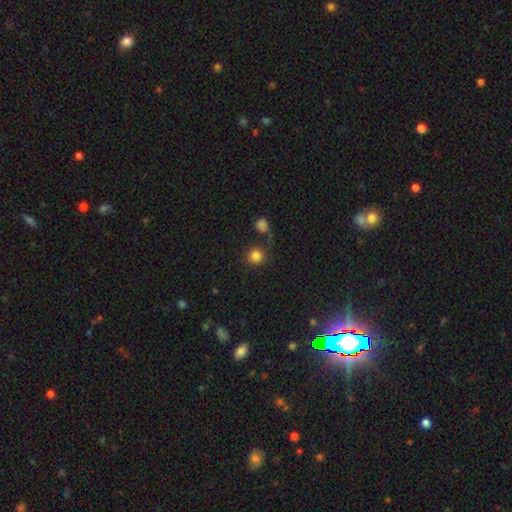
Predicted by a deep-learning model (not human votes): smooth_or_featured: smooth (p=0.82) [alt: star or artifact p=0.11]
how_rounded: round (p=0.92) [alt: in between p=0.07]
merging: none (p=0.73) [alt: merger p=0.10]